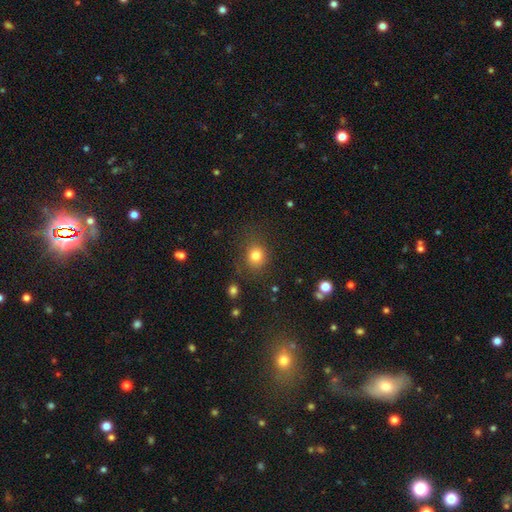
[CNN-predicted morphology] The model was most divided on "how rounded": round: 75%, in between: 24%, cigar-shaped: 1%. More confident: smooth or featured — smooth (80%); merging — none (78%).